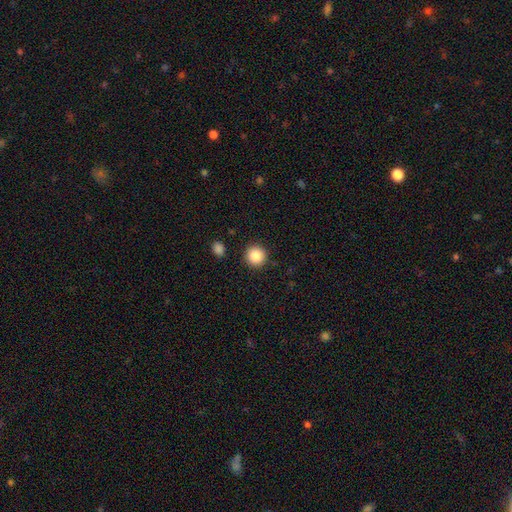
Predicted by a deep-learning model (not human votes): smooth 86%, star or artifact 9%, featured or disk 5%. Down the decision tree: how rounded — round (95%); merging — none (91%).